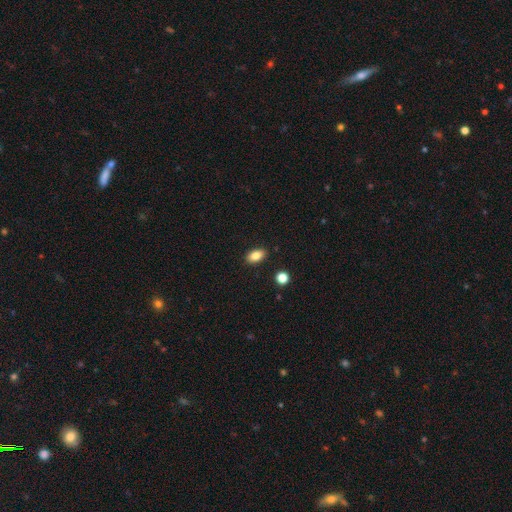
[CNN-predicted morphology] Overall: smooth (84%). How rounded: in between (89%). Merging: none (88%).